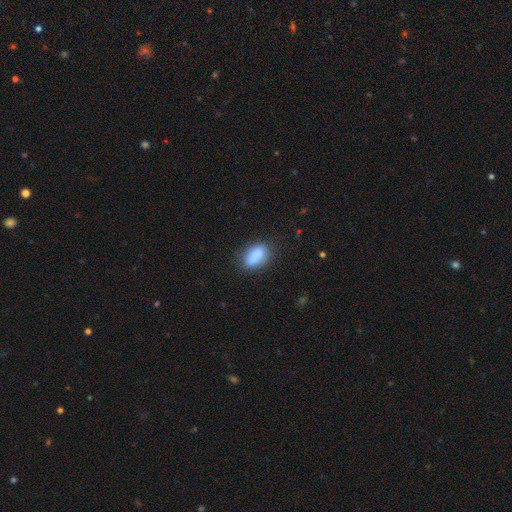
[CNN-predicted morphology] The model was most divided on "merging": none: 72%, minor disturbance: 19%, major disturbance: 5%, merger: 3%. More confident: how rounded — in between (87%); smooth or featured — smooth (85%).